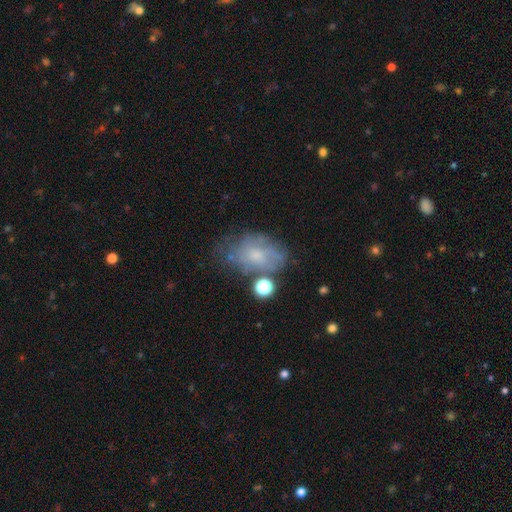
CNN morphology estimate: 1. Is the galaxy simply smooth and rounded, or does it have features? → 48% smooth, 40% featured or disk, 12% star or artifact.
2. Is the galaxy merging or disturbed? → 45% none, 27% minor disturbance, 17% major disturbance, 10% merger.